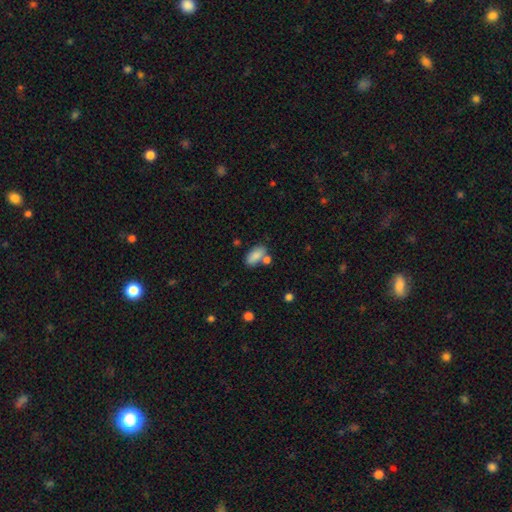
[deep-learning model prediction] Morphology: type=smooth (85%); roundness=in between (91%); merging=none (60%).